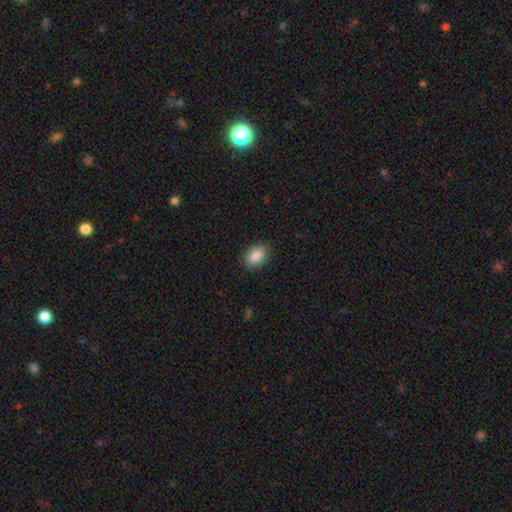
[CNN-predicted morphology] type=smooth (89%); roundness=in between (84%); merging=none (88%).